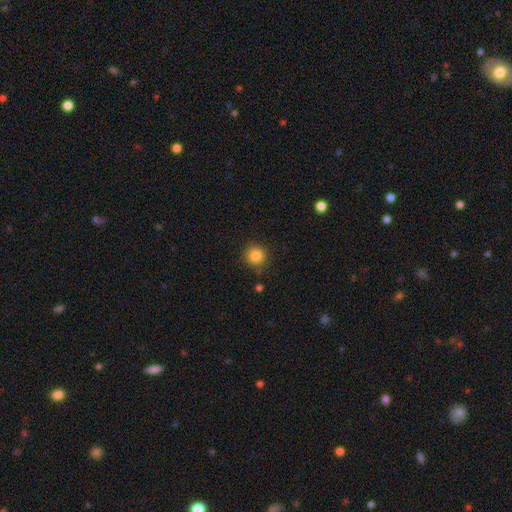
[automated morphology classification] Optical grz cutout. It shows a smooth galaxy with no disk features (85%) that is round (94%). Merging: none (88%).